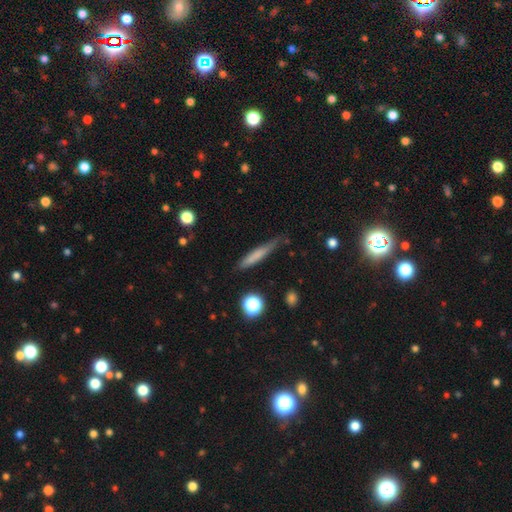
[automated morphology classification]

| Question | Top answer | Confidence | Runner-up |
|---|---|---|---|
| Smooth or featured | smooth | 67% | featured or disk (25%) |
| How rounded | cigar-shaped | 92% | in between (6%) |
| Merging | none | 74% | minor disturbance (20%) |